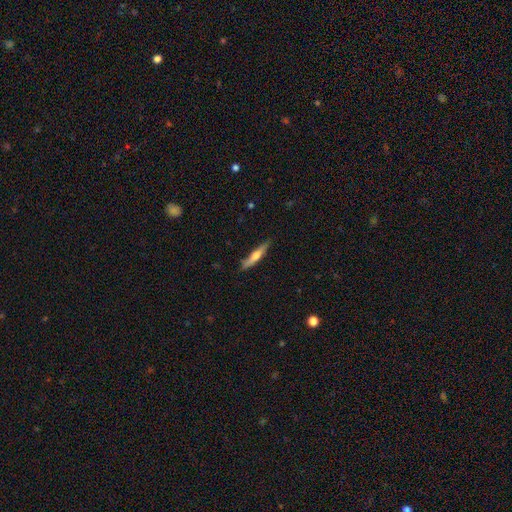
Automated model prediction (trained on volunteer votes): Smooth or featured? smooth (51%)
How rounded? cigar-shaped (88%)
Merging? none (83%)